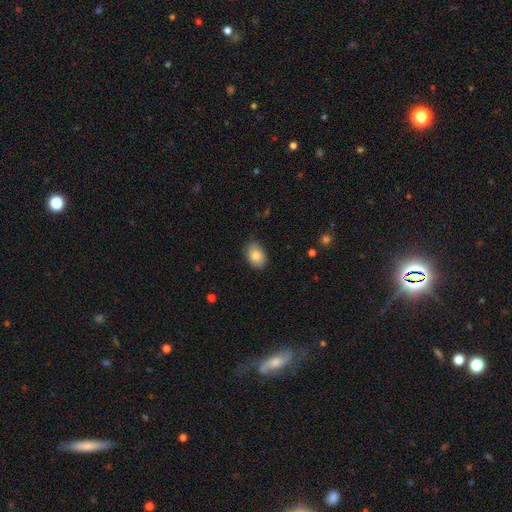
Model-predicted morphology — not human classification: Overall: smooth (83%). How rounded: in between (83%). Merging: none (83%).